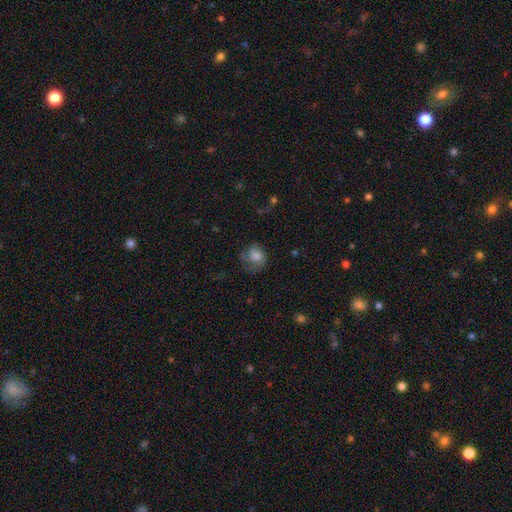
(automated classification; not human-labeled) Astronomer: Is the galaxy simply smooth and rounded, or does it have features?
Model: smooth — 63%.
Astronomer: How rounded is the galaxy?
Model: round — 65%.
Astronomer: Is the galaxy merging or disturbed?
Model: none — 50%.